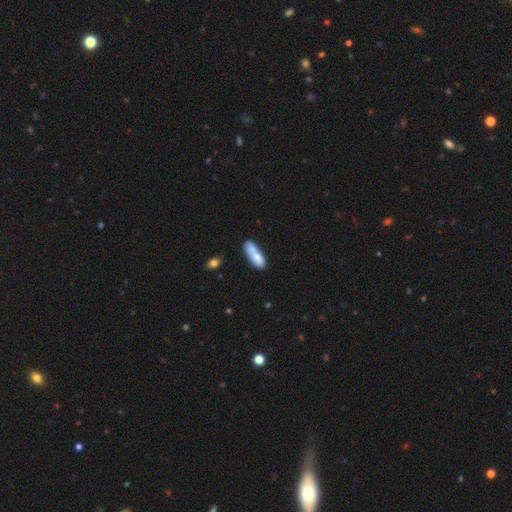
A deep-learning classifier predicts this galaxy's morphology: smooth_or_featured: smooth (p=0.77) [alt: featured or disk p=0.16]
how_rounded: cigar-shaped (p=0.50) [alt: in between p=0.48]
merging: none (p=0.45) [alt: merger p=0.26]